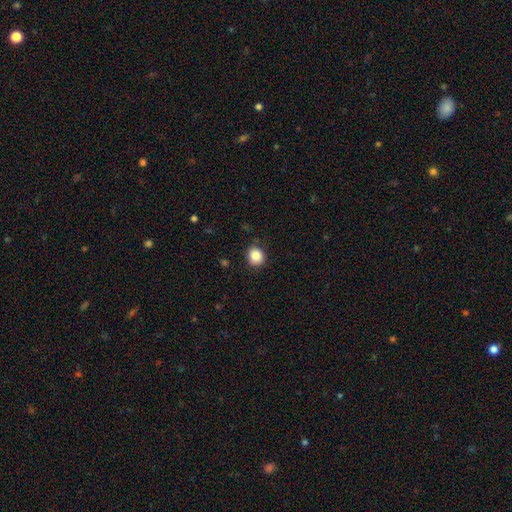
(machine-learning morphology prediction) This appears to be a smooth galaxy with no disk features (85%) that is round (75%). Merging: none (86%).